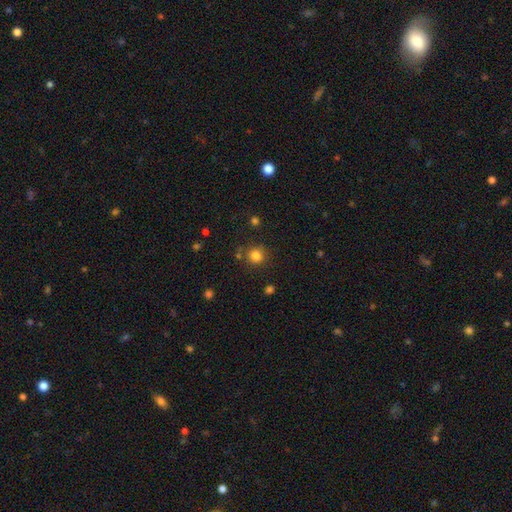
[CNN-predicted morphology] Overall: smooth (82%). How rounded: round (90%). Merging: none (81%).